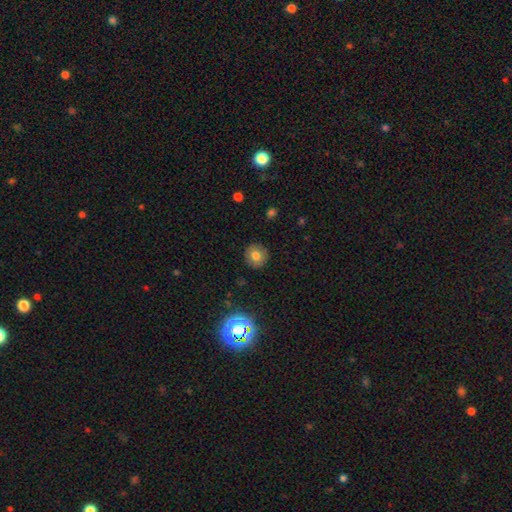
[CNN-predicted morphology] Smooth or featured: smooth — 76% (star or artifact — 12%)
How rounded: round — 90% (in between — 9%)
Merging: none — 90% (minor disturbance — 7%)